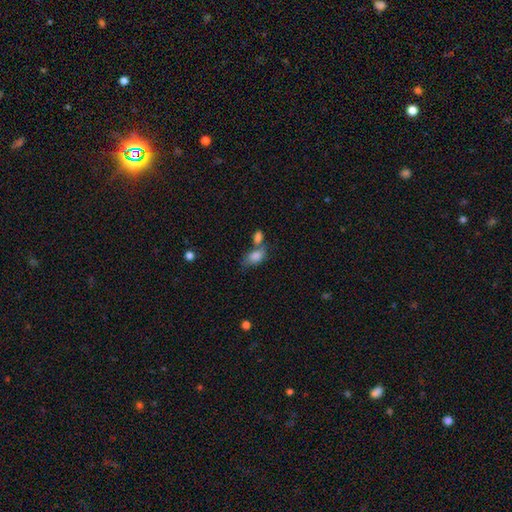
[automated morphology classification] Smooth or featured?
  - smooth: 81% *
  - featured or disk: 10%
  - star or artifact: 9%
How rounded?
  - in between: 88% *
  - round: 9%
  - cigar-shaped: 3%
Merging?
  - merger: 49% *
  - none: 29%
  - minor disturbance: 14%
  - major disturbance: 8%